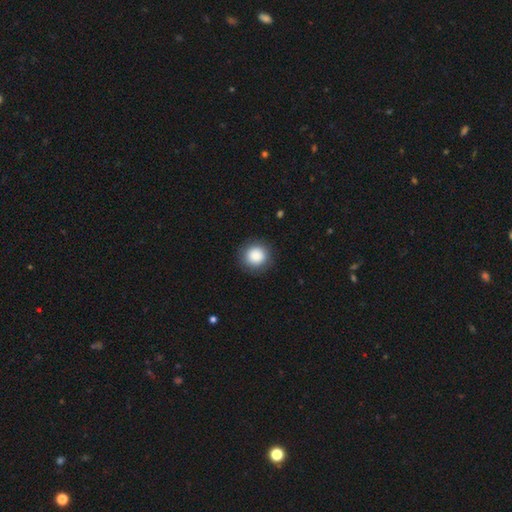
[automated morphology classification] This is clearly a smooth galaxy (88%). How rounded: clearly round (94%). Merging: clearly none (89%).